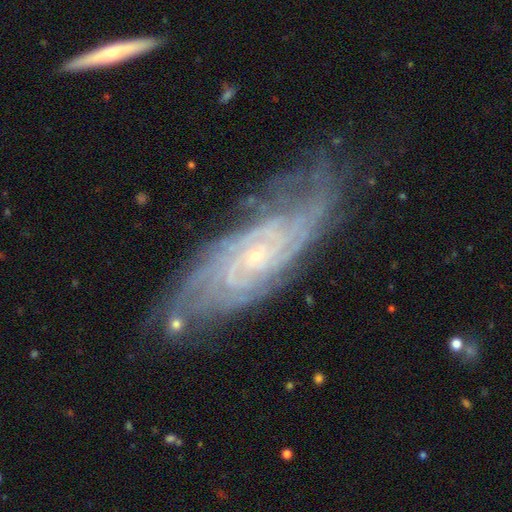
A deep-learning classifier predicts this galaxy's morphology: Q: Smooth or featured?
A: featured or disk (87%); runner-up: smooth (7%)
Q: Edge-on disk?
A: no (90%); runner-up: yes (10%)
Q: Bar?
A: no (68%); runner-up: weak (25%)
Q: Spiral arms?
A: yes (97%); runner-up: no (3%)
Q: Spiral winding?
A: tight (71%); runner-up: medium (25%)
Q: Spiral arm count?
A: can't tell (36%); runner-up: 4 (19%)
Q: Bulge size?
A: small (81%); runner-up: moderate (15%)
Q: Merging?
A: none (71%); runner-up: minor disturbance (20%)